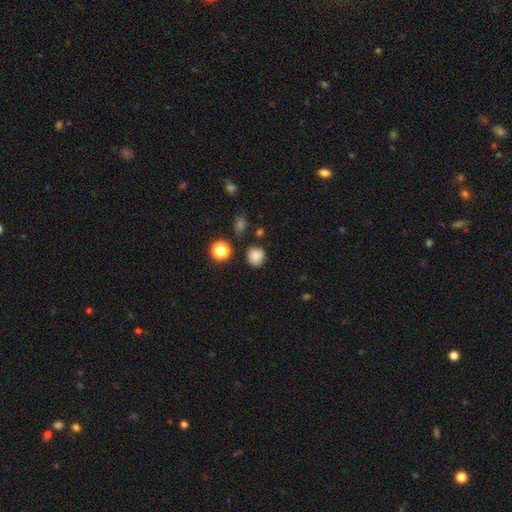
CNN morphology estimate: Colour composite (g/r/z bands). It shows a smooth galaxy with no disk features (82%) that is round (82%). Merging: none (78%).